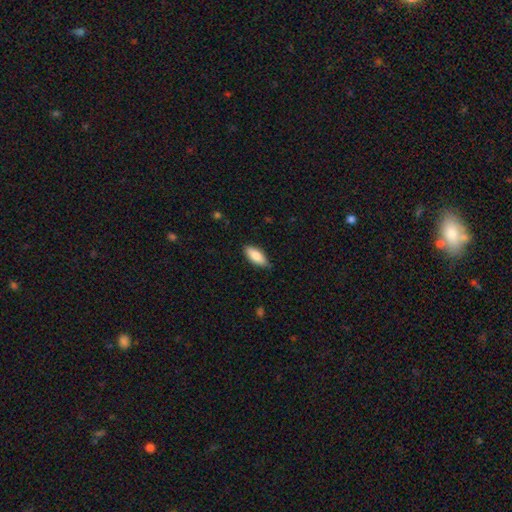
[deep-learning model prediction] Smooth or featured: smooth — 84% (featured or disk — 10%)
How rounded: in between — 82% (cigar-shaped — 16%)
Merging: none — 79% (minor disturbance — 17%)